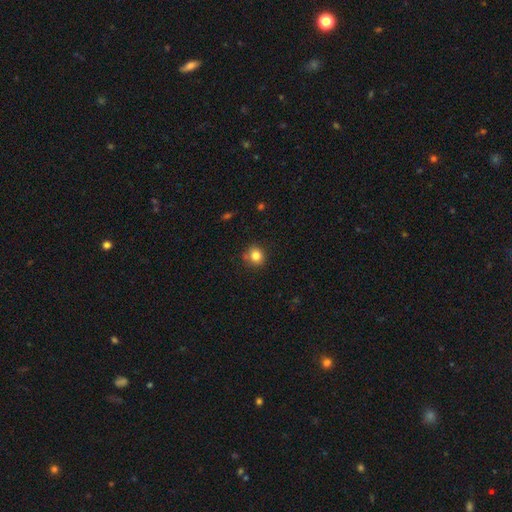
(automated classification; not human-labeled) A smooth galaxy with no disk features (83%) that is round (85%). Merging: none (80%).